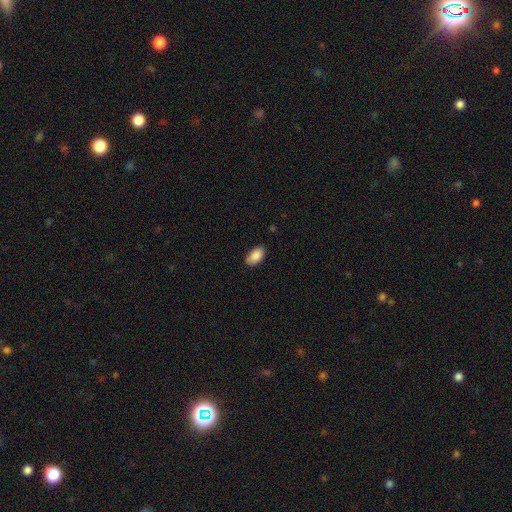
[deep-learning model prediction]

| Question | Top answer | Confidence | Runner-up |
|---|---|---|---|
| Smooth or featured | smooth | 89% | star or artifact (7%) |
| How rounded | in between | 94% | round (4%) |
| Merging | none | 85% | minor disturbance (12%) |